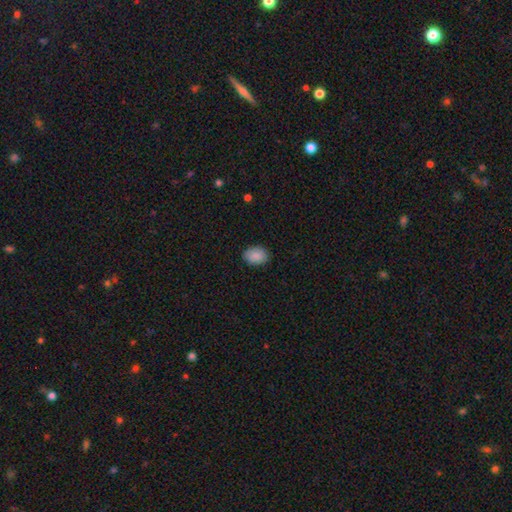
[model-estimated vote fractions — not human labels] This is clearly a smooth galaxy (89%). How rounded: likely in between (77%). Merging: clearly none (87%).